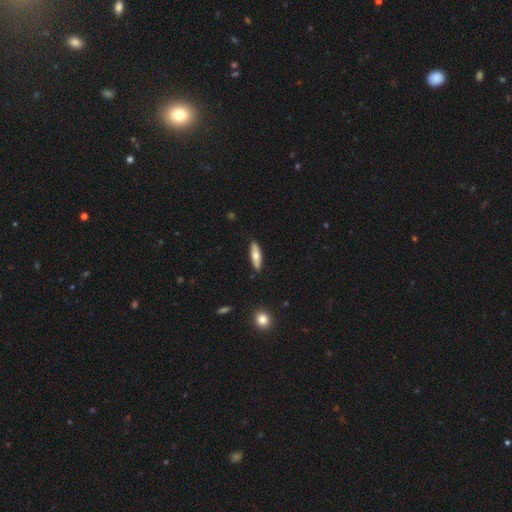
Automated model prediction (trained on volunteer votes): A smooth galaxy with no disk features (66%) that is cigar-shaped (59%). Merging: none (88%).